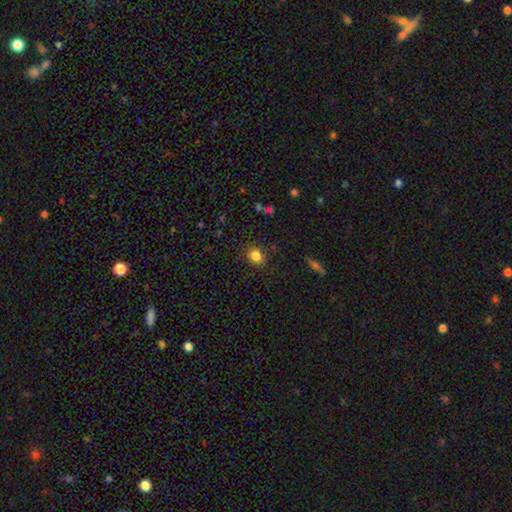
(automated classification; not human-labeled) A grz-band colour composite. It shows a smooth galaxy with no disk features (83%) that is round (57%). Merging: none (85%).